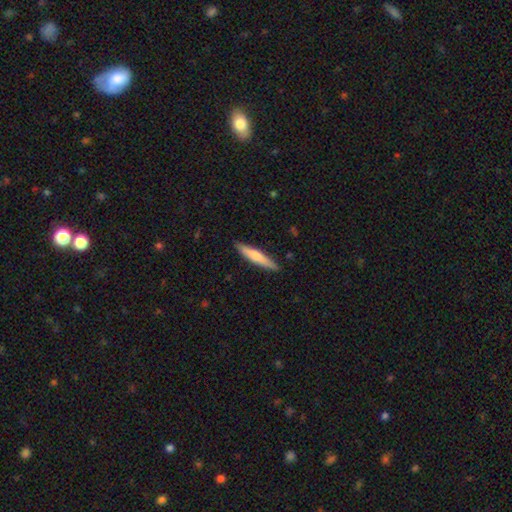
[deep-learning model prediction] smooth 62%, featured or disk 32%, star or artifact 5%. Down the decision tree: how rounded — cigar-shaped (90%); merging — none (89%).